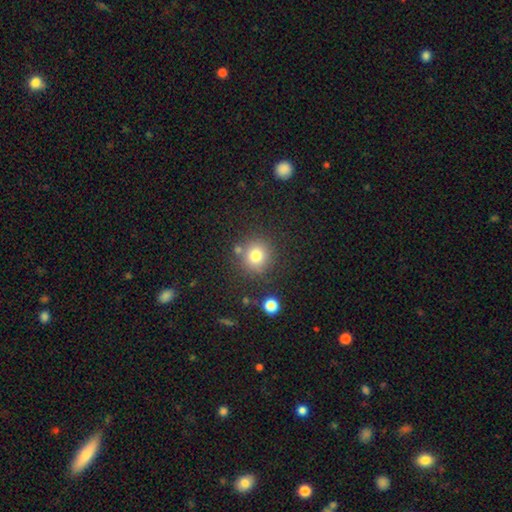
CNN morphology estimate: Smooth or featured?
  - smooth: 77% *
  - star or artifact: 14%
  - featured or disk: 9%
How rounded?
  - round: 91% *
  - in between: 8%
  - cigar-shaped: 1%
Merging?
  - none: 79% *
  - minor disturbance: 9%
  - merger: 8%
  - major disturbance: 4%